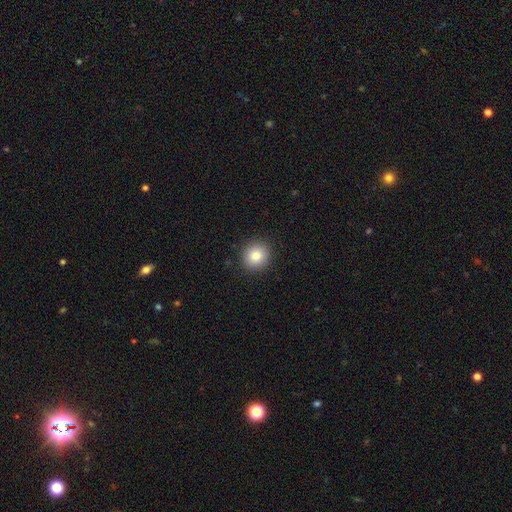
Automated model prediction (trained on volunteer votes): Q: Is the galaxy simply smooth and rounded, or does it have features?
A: smooth — 84%.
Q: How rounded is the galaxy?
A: round — 87%.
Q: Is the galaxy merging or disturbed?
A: none — 91%.